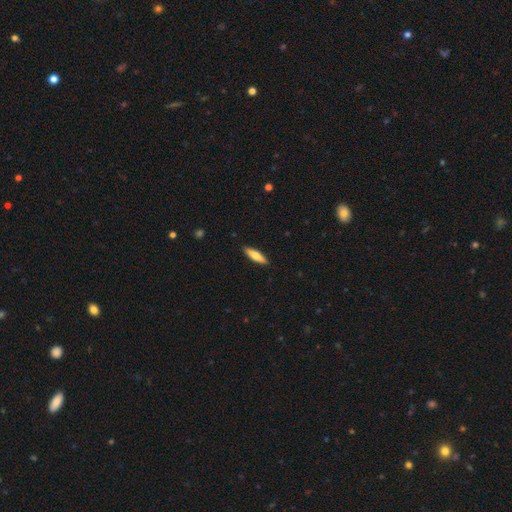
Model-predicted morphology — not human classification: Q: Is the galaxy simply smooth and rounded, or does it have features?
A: smooth — 67%.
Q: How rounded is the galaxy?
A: cigar-shaped — 71%.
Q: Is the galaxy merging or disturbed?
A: none — 90%.